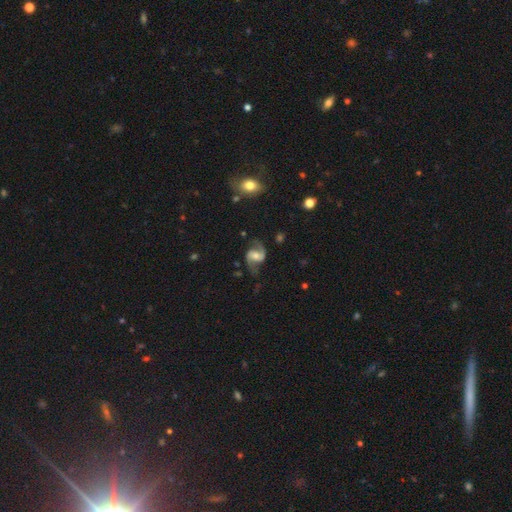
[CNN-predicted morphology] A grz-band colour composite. It shows a featured or disk galaxy (87%) with a weak bar (45%), 2 (93%) loose (50%) spiral arms (97%) and a moderate central bulge (51%). Merging: none (74%).